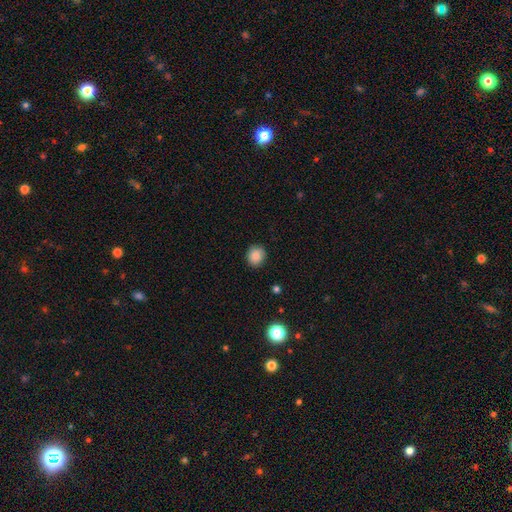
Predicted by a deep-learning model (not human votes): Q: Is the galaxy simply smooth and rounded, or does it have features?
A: smooth — 85%.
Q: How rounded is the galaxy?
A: round — 80%.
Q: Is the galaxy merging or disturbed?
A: none — 88%.